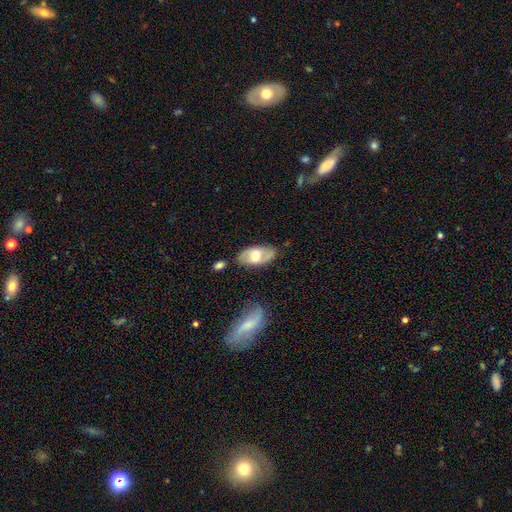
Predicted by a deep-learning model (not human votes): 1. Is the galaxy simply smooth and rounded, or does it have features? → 47% smooth (tied), 47% featured or disk (tied), 6% star or artifact.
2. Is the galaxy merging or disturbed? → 74% none, 17% minor disturbance, 4% major disturbance, 4% merger.